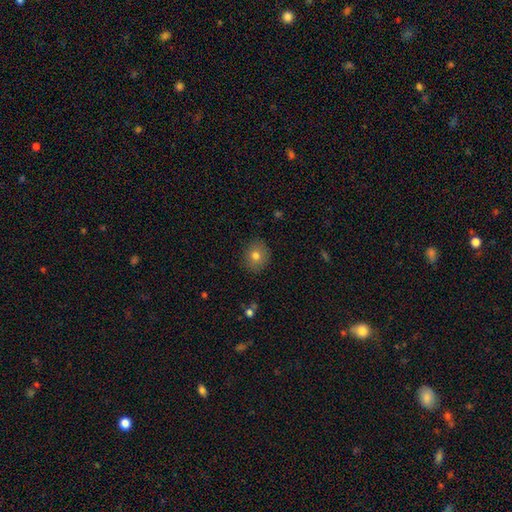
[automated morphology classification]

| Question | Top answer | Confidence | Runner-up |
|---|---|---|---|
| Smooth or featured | smooth | 77% | featured or disk (12%) |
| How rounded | round | 76% | in between (23%) |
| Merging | none | 87% | minor disturbance (9%) |